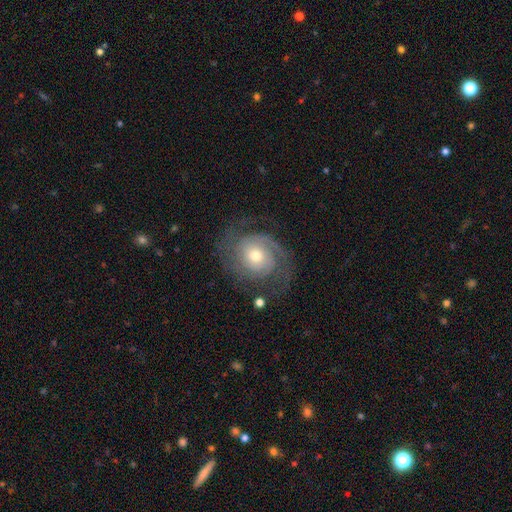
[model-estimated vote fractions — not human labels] Smooth or featured? Predicted: featured or disk (p=0.86). Edge-on disk? Predicted: no (p=0.98). Bar? Predicted: no (p=0.73). Spiral arms? Predicted: yes (p=0.97). Spiral winding? Predicted: tight (p=0.51). Spiral arm count? Predicted: 2 (p=0.74). Bulge size? Predicted: moderate (p=0.62). Merging? Predicted: none (p=0.74).